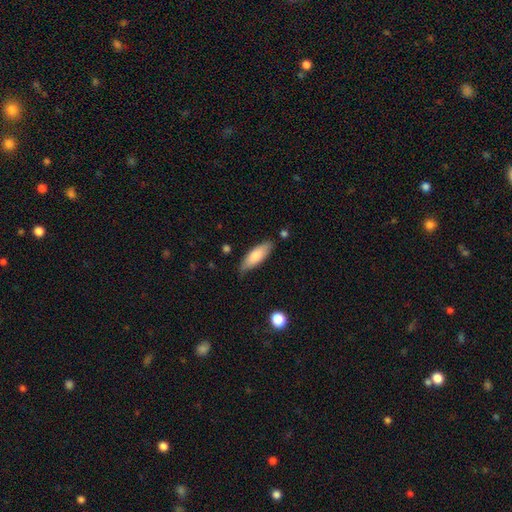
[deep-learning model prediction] smooth_or_featured: smooth (p=0.79) [alt: featured or disk p=0.16]
how_rounded: in between (p=0.59) [alt: cigar-shaped p=0.40]
merging: none (p=0.78) [alt: minor disturbance p=0.17]